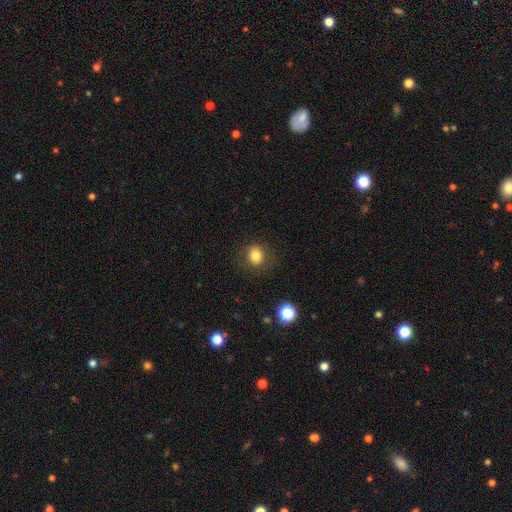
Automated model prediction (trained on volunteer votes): smooth 80%, star or artifact 12%, featured or disk 8%. Down the decision tree: how rounded — round (75%); merging — none (85%).